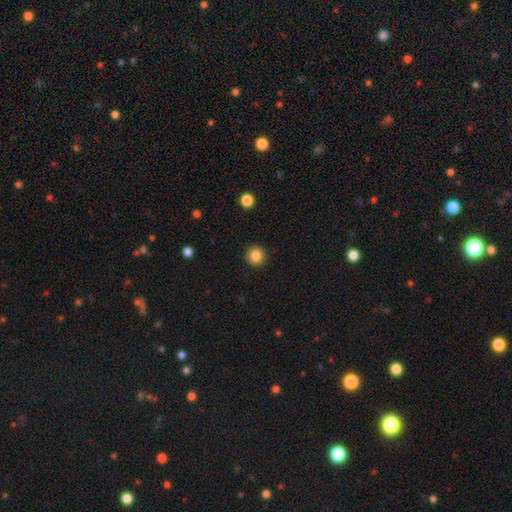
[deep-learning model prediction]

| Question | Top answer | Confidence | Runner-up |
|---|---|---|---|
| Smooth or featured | smooth | 85% | star or artifact (10%) |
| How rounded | round | 95% | in between (4%) |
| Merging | none | 93% | minor disturbance (4%) |